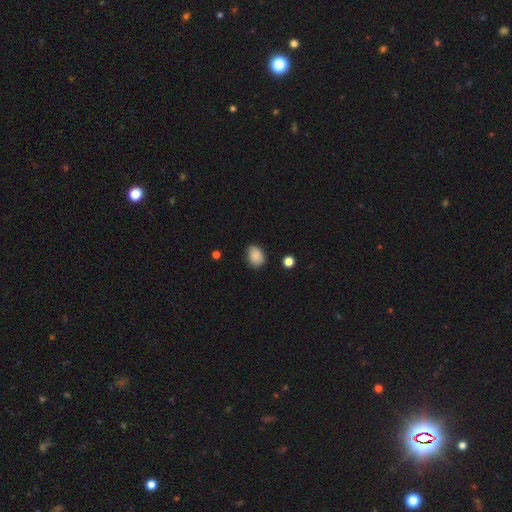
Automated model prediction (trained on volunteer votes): Morphology: type=smooth (87%); roundness=in between (70%); merging=none (75%).